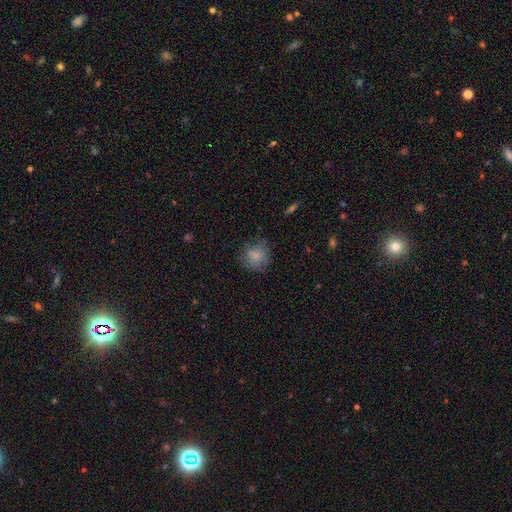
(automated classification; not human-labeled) smooth 82%, featured or disk 9%, star or artifact 9%. Down the decision tree: how rounded — round (87%); merging — none (74%).